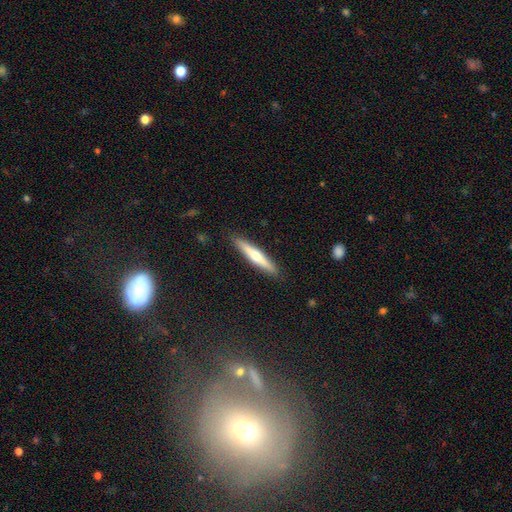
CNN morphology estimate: smooth-or-featured: featured or disk: 49% | smooth: 45% | star or artifact: 5%
  merging: none: 90% | minor disturbance: 7% | major disturbance: 2% | merger: 1%